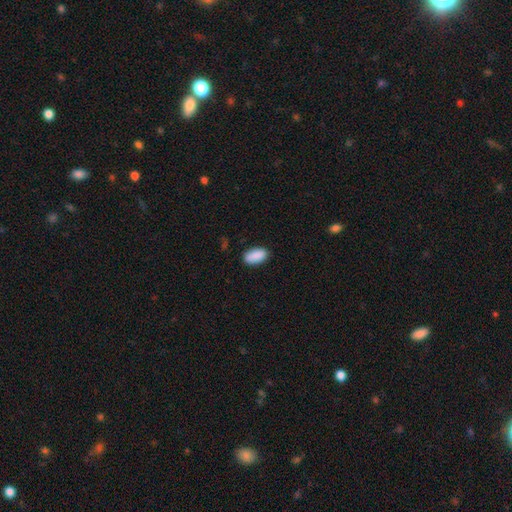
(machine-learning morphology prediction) A smooth galaxy with no disk features (90%) that is in between round and cigar-shaped (94%). Merging: none (85%).